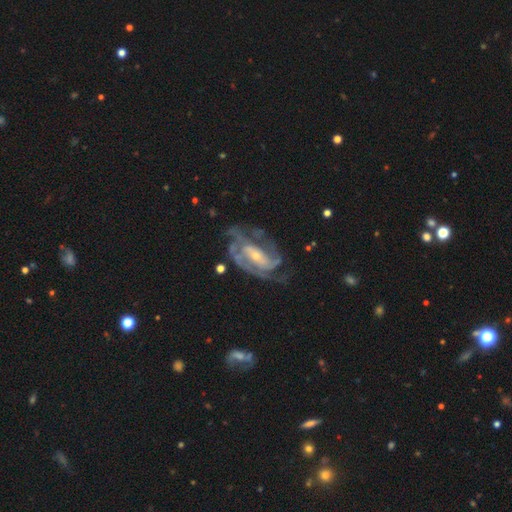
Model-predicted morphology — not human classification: Smooth or featured? Predicted: featured or disk (p=0.89). Edge-on disk? Predicted: no (p=0.96). Bar? Predicted: no (p=0.37). Spiral arms? Predicted: yes (p=0.96). Spiral winding? Predicted: tight (p=0.47). Spiral arm count? Predicted: 2 (p=0.30, tied with 3). Bulge size? Predicted: small (p=0.67). Merging? Predicted: none (p=0.59).